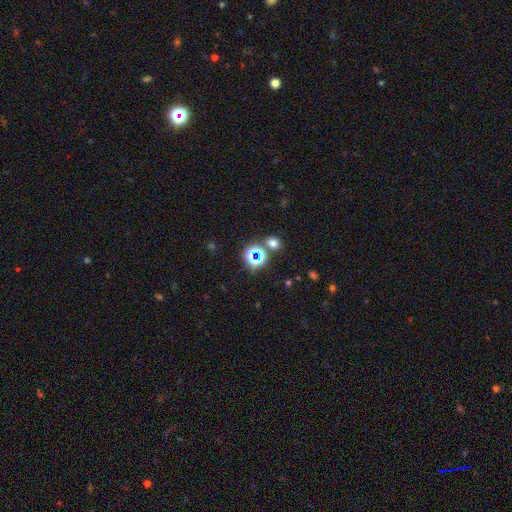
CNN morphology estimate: star or artifact 51%, smooth 41%, featured or disk 9%.